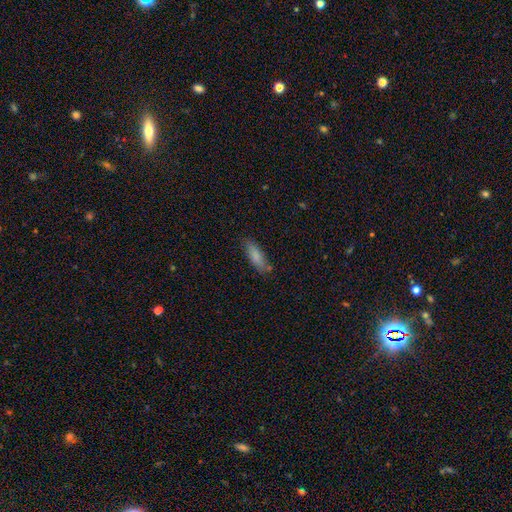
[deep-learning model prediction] Smooth or featured? Predicted: smooth (p=0.81). How rounded? Predicted: in between (p=0.56). Merging? Predicted: none (p=0.75).